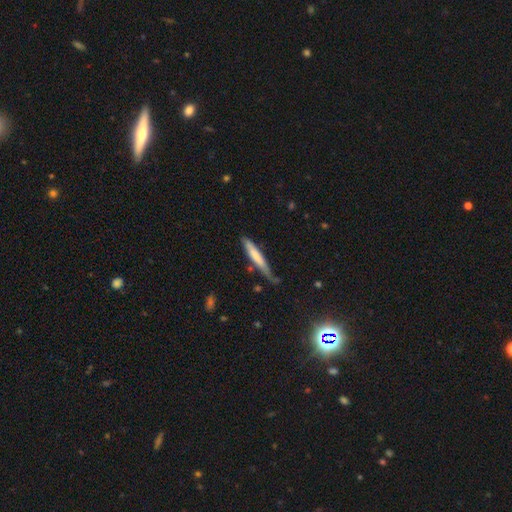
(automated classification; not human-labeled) Smooth or featured? Predicted: smooth (p=0.65). How rounded? Predicted: cigar-shaped (p=0.92). Merging? Predicted: none (p=0.56).